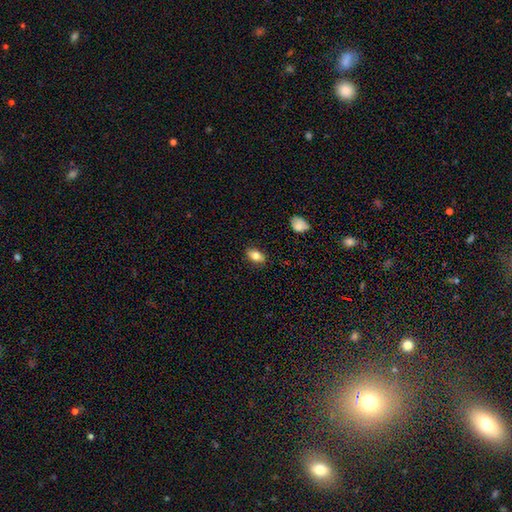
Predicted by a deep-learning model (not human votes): This appears to be a smooth galaxy with no disk features (80%) that is in between round and cigar-shaped (88%). Merging: none (85%).